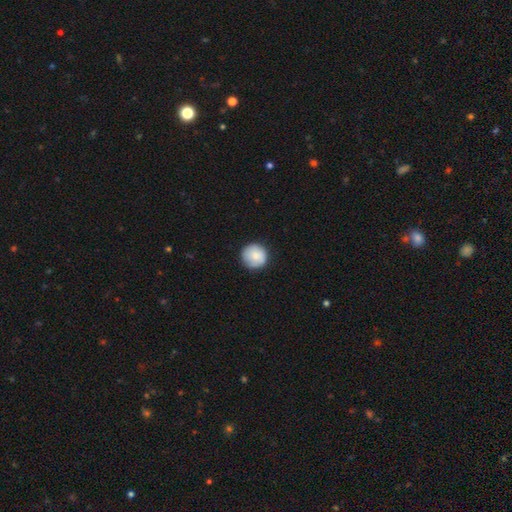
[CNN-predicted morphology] smooth-or-featured: smooth: 82% | featured or disk: 11% | star or artifact: 7%
  how-rounded: round: 95% | in between: 4% | cigar-shaped: 1%
  merging: none: 85% | minor disturbance: 12% | major disturbance: 2% | merger: 1%